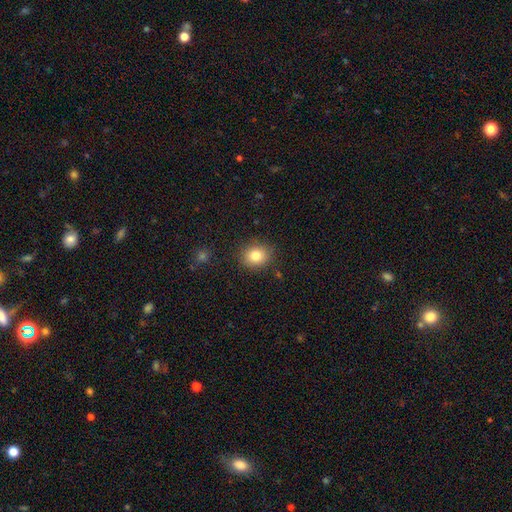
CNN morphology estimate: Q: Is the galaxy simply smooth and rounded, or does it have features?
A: smooth — 82%.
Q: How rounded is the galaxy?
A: round — 69%.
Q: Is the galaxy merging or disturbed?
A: none — 86%.